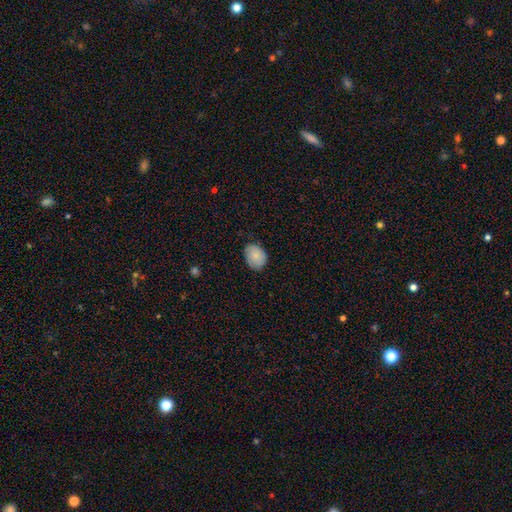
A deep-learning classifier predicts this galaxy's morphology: A smooth galaxy with no disk features (85%) that is in between round and cigar-shaped (70%). Merging: none (79%).